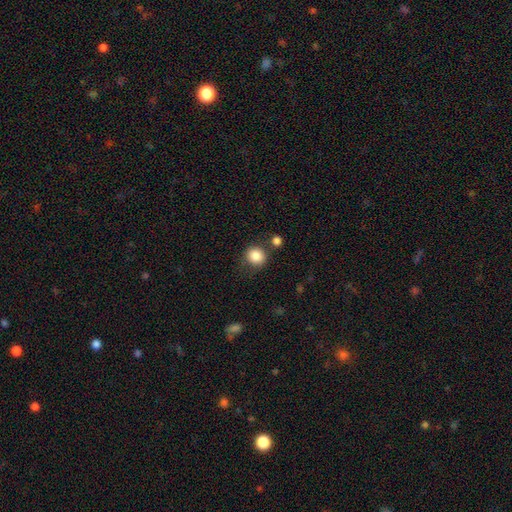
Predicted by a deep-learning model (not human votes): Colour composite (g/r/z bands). It shows a smooth galaxy with no disk features (86%) that is round (88%). Merging: none (74%).